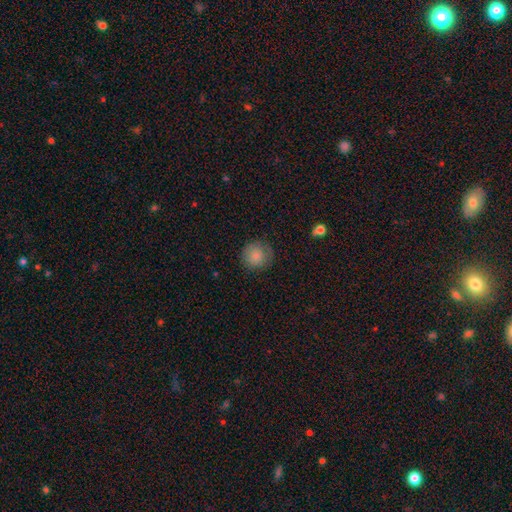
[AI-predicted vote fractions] A smooth galaxy with no disk features (84%) that is round (93%). Merging: none (80%).